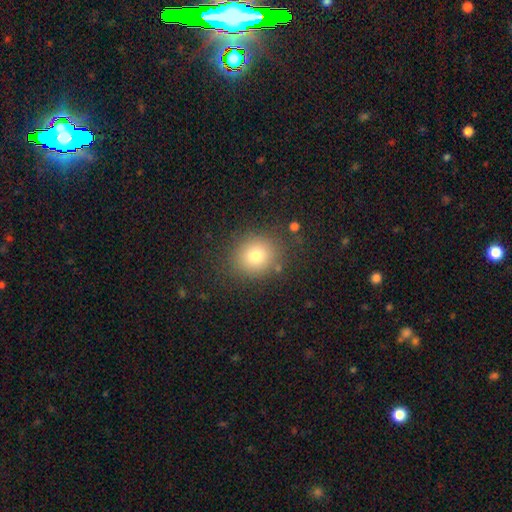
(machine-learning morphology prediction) Smooth or featured? smooth (77%)
How rounded? round (79%)
Merging? none (83%)